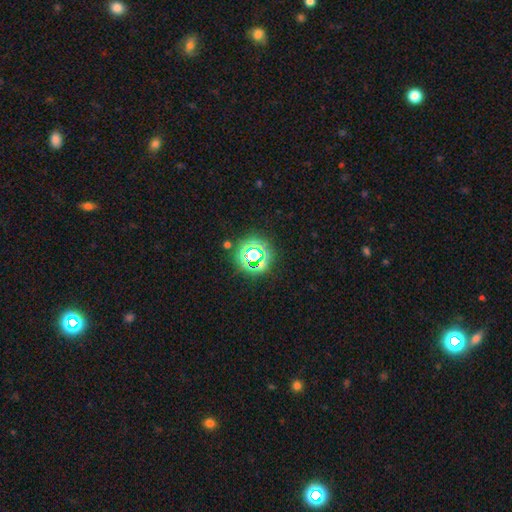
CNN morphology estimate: The model was most divided on "smooth or featured": star or artifact: 67%, smooth: 22%, featured or disk: 11%.